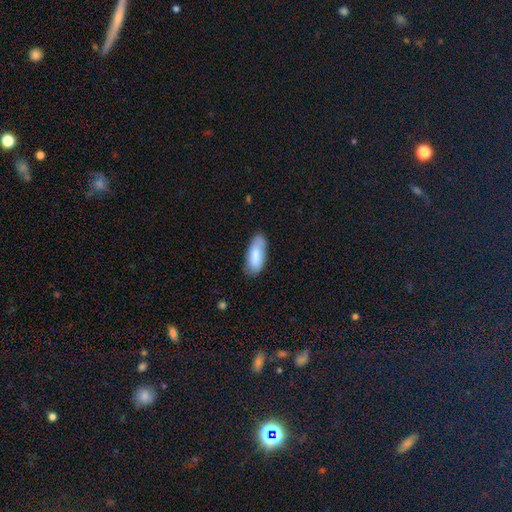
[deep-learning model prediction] Q: Smooth or featured?
A: smooth (80%); runner-up: featured or disk (14%)
Q: How rounded?
A: in between (81%); runner-up: cigar-shaped (17%)
Q: Merging?
A: none (75%); runner-up: minor disturbance (19%)